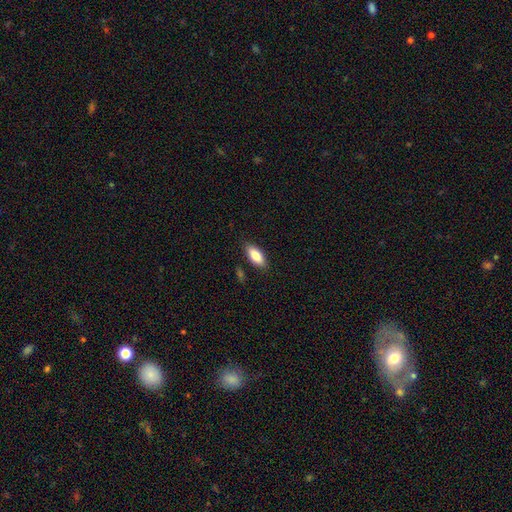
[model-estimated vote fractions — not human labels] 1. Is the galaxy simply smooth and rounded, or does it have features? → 83% smooth, 11% featured or disk, 6% star or artifact.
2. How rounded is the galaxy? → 85% in between, 13% cigar-shaped, 2% round.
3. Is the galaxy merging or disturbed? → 86% none, 10% minor disturbance, 2% major disturbance, 2% merger.